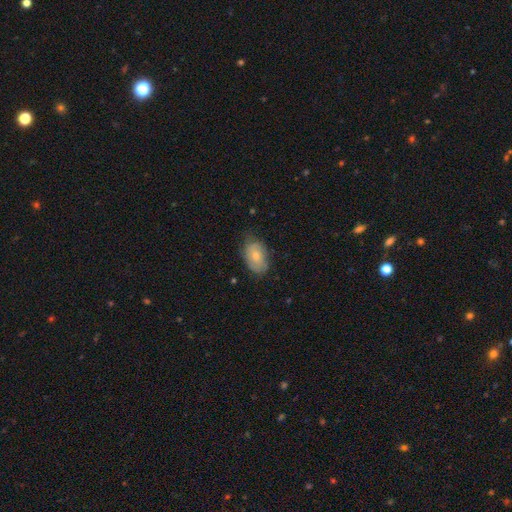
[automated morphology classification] The model was most divided on "merging": none: 64%, minor disturbance: 28%, major disturbance: 7%, merger: 1%. More confident: how rounded — in between (88%); smooth or featured — smooth (68%).